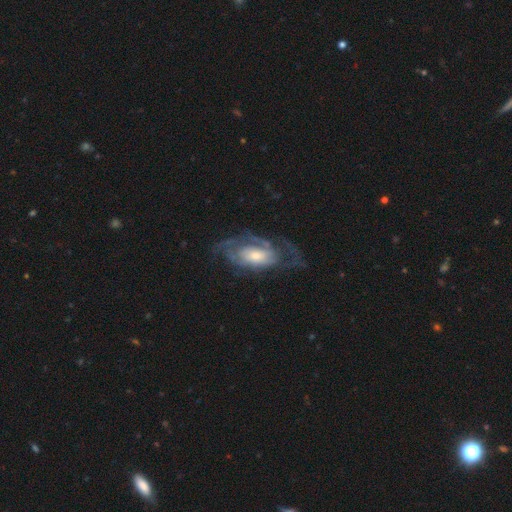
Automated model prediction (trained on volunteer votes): This appears to be a featured or disk galaxy (77%) with no bar (68%), tight (46%) spiral arms (83%) and a moderate central bulge (46%). Merging: none (53%).